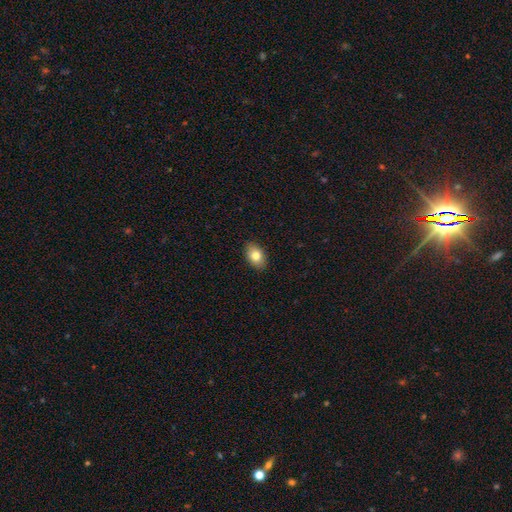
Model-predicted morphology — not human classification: This appears to be a smooth galaxy with no disk features (80%) that is in between round and cigar-shaped (86%). Merging: none (89%).